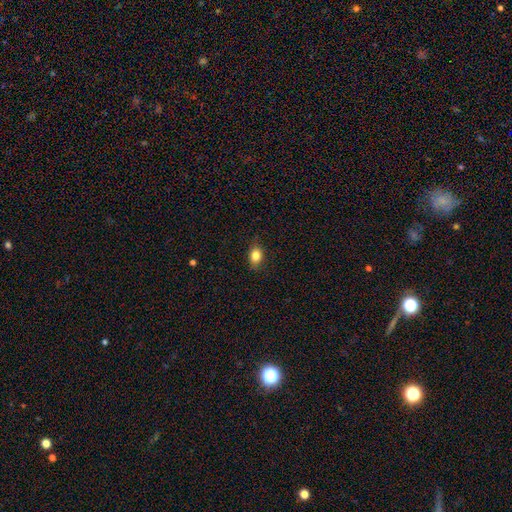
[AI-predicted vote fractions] This appears to be a smooth galaxy with no disk features (83%) that is in between round and cigar-shaped (70%). Merging: none (85%).